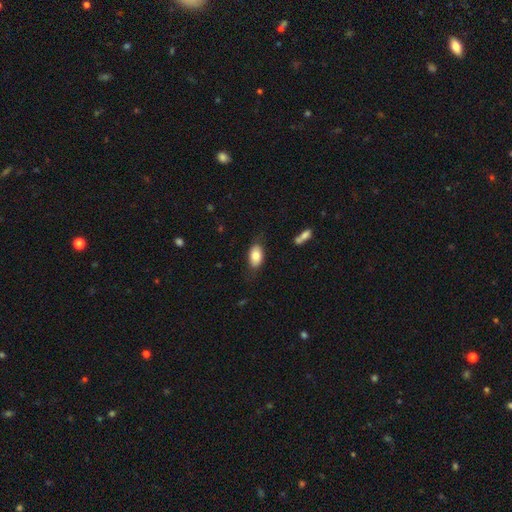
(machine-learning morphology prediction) Smooth or featured: smooth — 80% (featured or disk — 13%)
How rounded: in between — 92% (round — 5%)
Merging: none — 77% (minor disturbance — 16%)